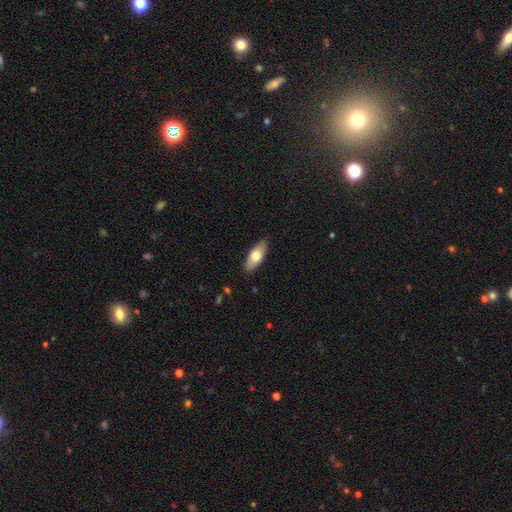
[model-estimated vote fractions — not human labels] smooth_or_featured: smooth (p=0.71) [alt: featured or disk p=0.23]
how_rounded: in between (p=0.82) [alt: cigar-shaped p=0.16]
merging: none (p=0.88) [alt: minor disturbance p=0.09]